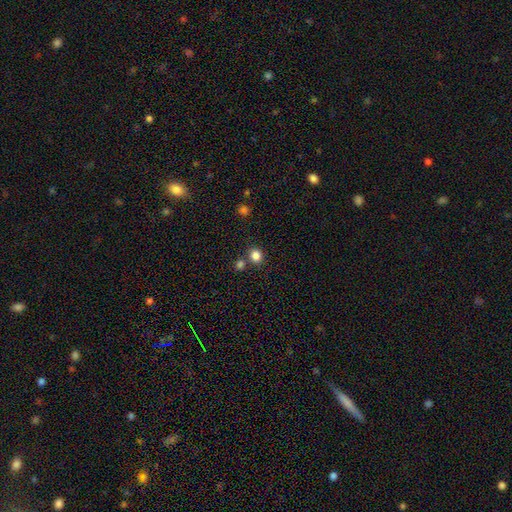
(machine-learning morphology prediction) Smooth or featured?
  - smooth: 83% *
  - star or artifact: 13%
  - featured or disk: 5%
How rounded?
  - round: 78% *
  - in between: 21%
  - cigar-shaped: 1%
Merging?
  - none: 77% *
  - merger: 13%
  - minor disturbance: 8%
  - major disturbance: 3%